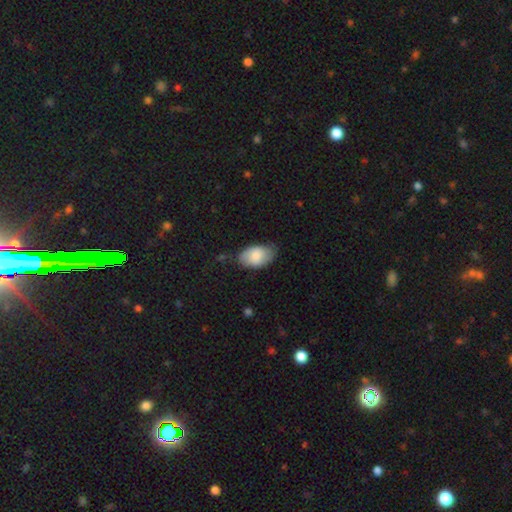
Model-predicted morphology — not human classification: Smooth or featured? smooth (81%)
How rounded? in between (93%)
Merging? none (68%)